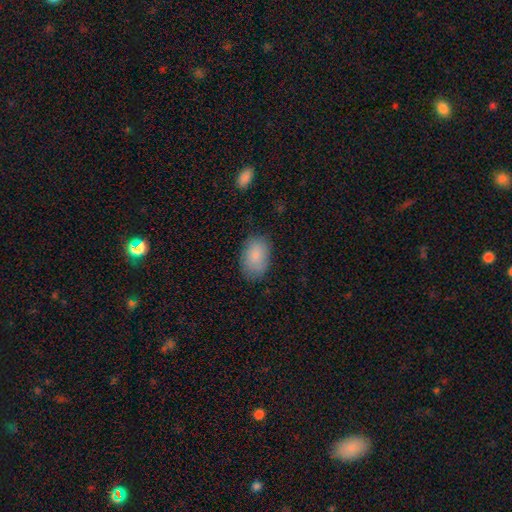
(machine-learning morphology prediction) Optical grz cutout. It shows a smooth galaxy with no disk features (86%) that is in between round and cigar-shaped (84%). Merging: none (81%).